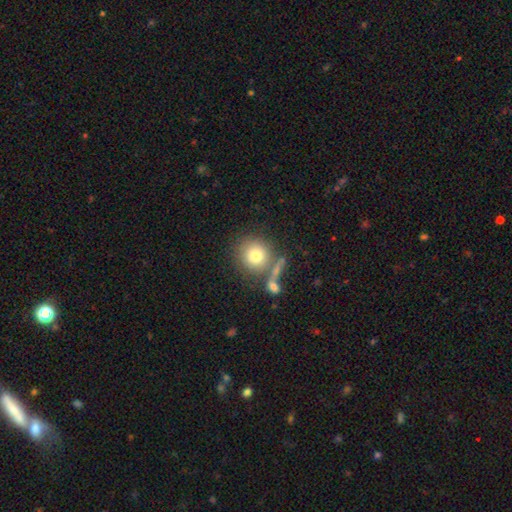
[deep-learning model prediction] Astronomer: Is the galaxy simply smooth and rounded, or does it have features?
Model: smooth — 77%.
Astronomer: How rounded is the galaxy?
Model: round — 89%.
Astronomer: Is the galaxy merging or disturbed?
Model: none — 61%.